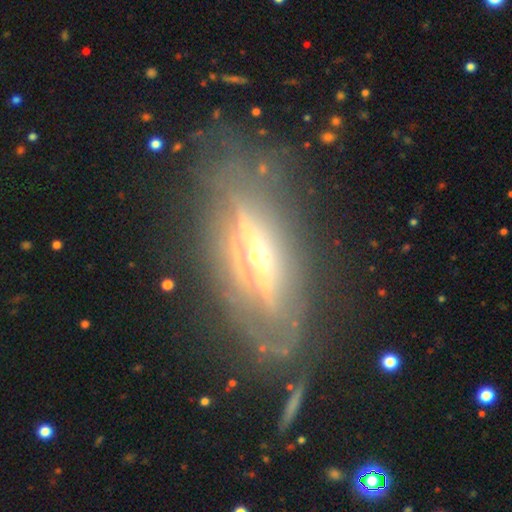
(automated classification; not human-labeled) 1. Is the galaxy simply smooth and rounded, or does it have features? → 79% featured or disk, 14% smooth, 7% star or artifact.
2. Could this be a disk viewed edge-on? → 73% yes, 27% no.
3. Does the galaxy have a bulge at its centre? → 85% rounded, 10% none, 5% boxy.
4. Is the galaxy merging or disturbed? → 68% none, 18% minor disturbance, 12% major disturbance, 3% merger.